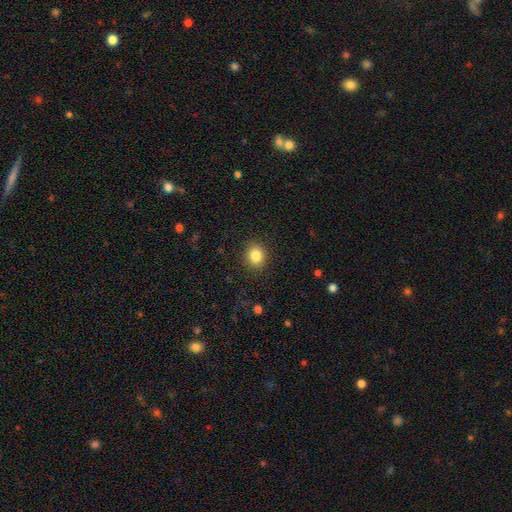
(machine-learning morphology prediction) smooth_or_featured: smooth (p=0.84) [alt: star or artifact p=0.10]
how_rounded: round (p=0.68) [alt: in between p=0.31]
merging: none (p=0.89) [alt: minor disturbance p=0.07]